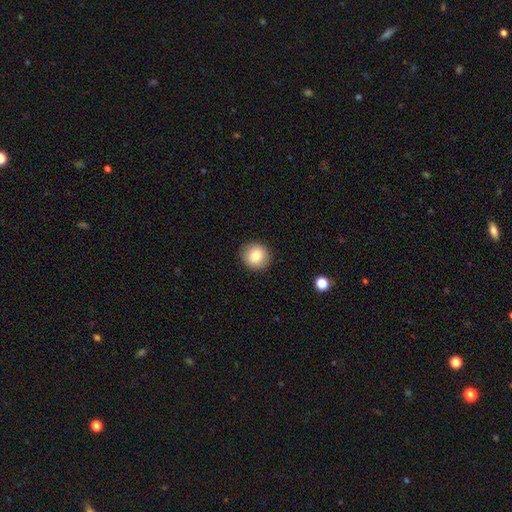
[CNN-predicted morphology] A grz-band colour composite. It shows a smooth galaxy with no disk features (84%) that is round (92%). Merging: none (91%).